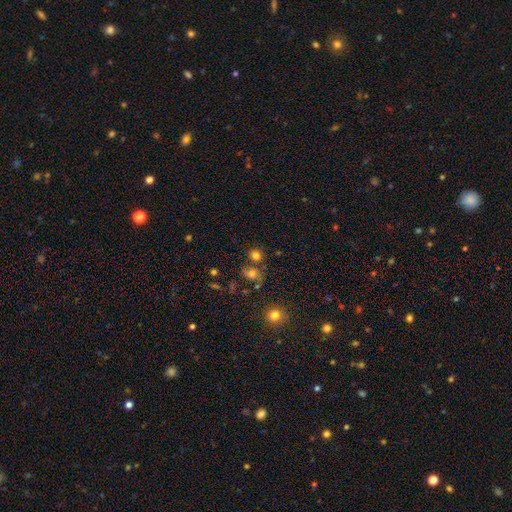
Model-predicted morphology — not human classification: Overall: smooth (74%). How rounded: round (78%). Merging: none (63%).